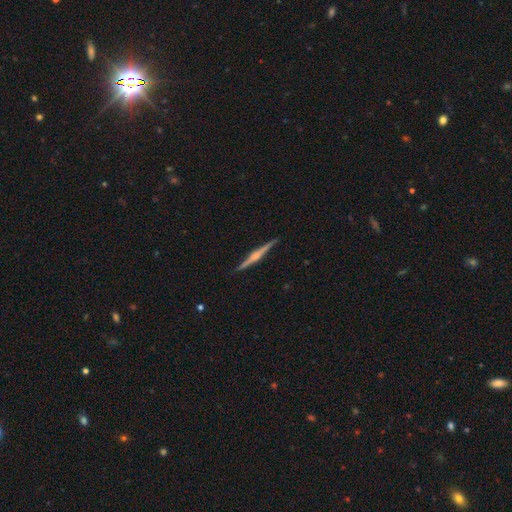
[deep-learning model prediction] This is likely a featured or disk galaxy (79%). It is clearly viewed edge-on (98%). Edge-on bulge: clearly rounded (80%). Merging: clearly none (91%).